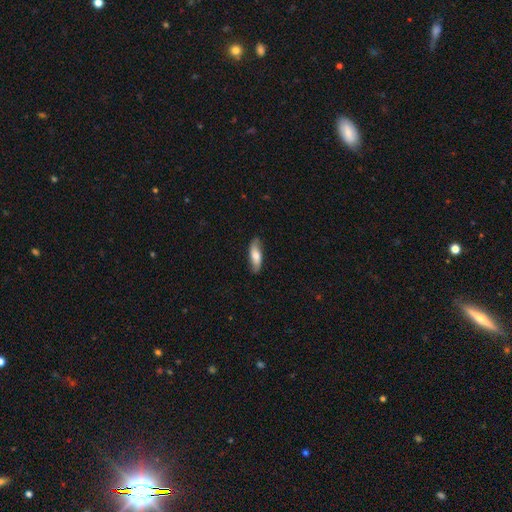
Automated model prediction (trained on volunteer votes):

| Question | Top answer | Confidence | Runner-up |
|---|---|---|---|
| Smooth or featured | smooth | 67% | featured or disk (28%) |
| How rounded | in between | 56% | cigar-shaped (42%) |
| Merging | none | 82% | minor disturbance (15%) |